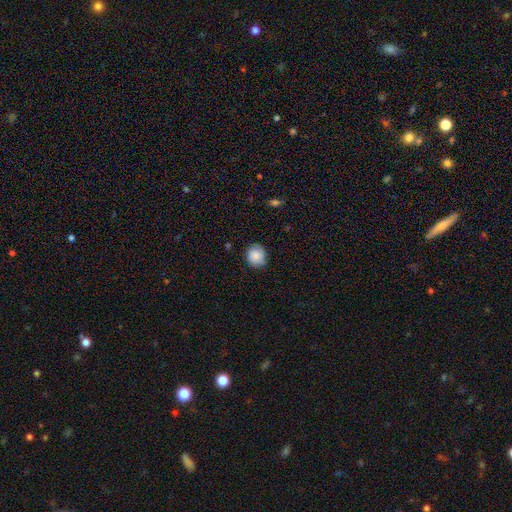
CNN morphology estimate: type=smooth (85%); roundness=round (84%); merging=none (81%).